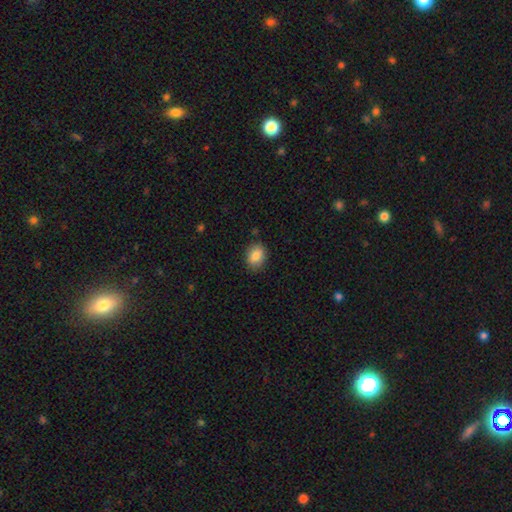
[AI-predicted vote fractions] smooth 87%, star or artifact 8%, featured or disk 5%. Down the decision tree: how rounded — in between (68%); merging — none (84%).